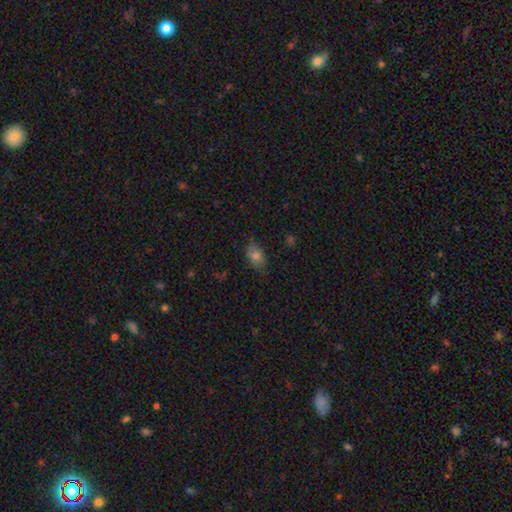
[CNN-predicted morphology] Smooth or featured: smooth — 75% (featured or disk — 13%)
How rounded: in between — 82% (round — 16%)
Merging: none — 73% (minor disturbance — 21%)